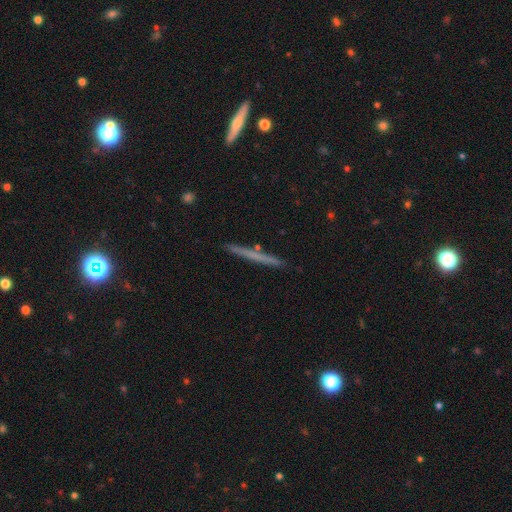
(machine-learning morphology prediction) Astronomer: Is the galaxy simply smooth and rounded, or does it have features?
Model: smooth — 51% (runner-up: featured or disk, 43%).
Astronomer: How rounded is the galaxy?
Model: cigar-shaped — 96%.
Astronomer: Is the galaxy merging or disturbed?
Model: none — 90%.